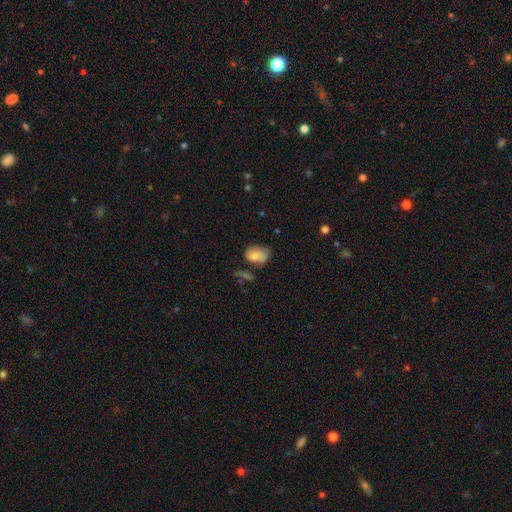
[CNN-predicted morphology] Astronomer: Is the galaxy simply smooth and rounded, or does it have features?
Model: smooth — 74%.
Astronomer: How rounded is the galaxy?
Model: in between — 80%.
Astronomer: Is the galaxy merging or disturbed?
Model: none — 43% (runner-up: minor disturbance, 32%).